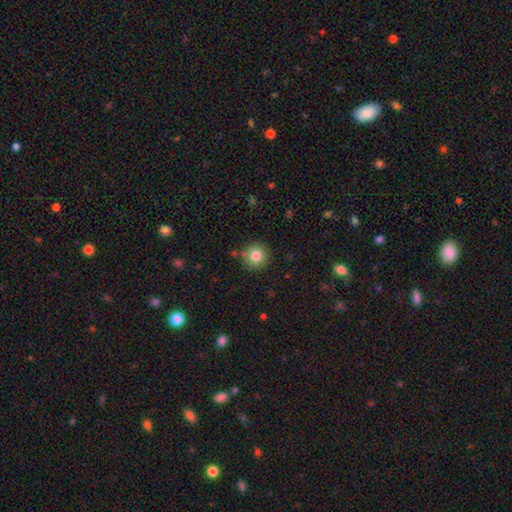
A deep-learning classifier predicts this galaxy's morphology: The model was most divided on "smooth or featured": smooth: 81%, star or artifact: 11%, featured or disk: 8%. More confident: how rounded — round (94%); merging — none (85%).